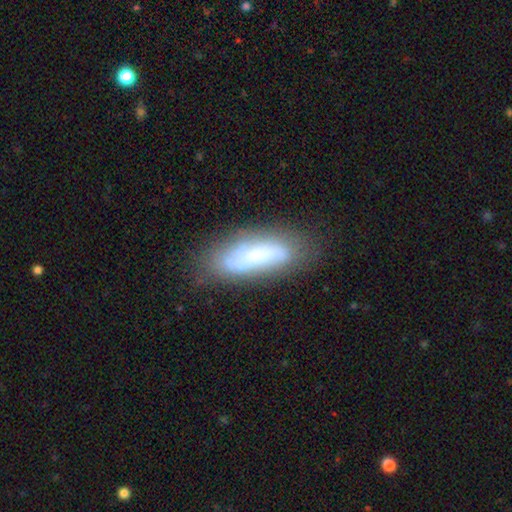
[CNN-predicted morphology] A smooth galaxy with no disk features (56%) that is in between round and cigar-shaped (56%). Merging: none (66%).